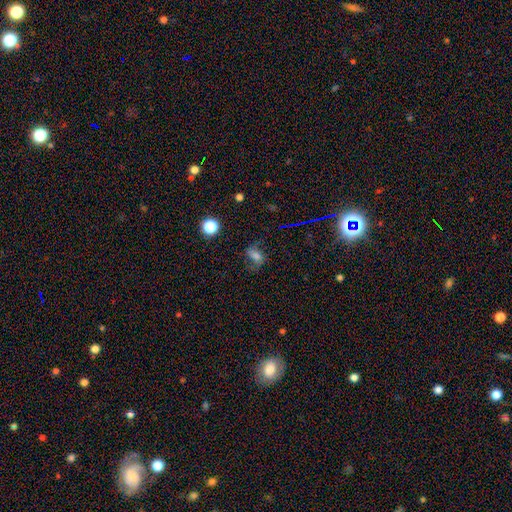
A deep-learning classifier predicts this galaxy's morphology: Q: Smooth or featured?
A: smooth (51%); runner-up: featured or disk (28%)
Q: How rounded?
A: in between (71%); runner-up: round (25%)
Q: Merging?
A: none (55%); runner-up: minor disturbance (23%)